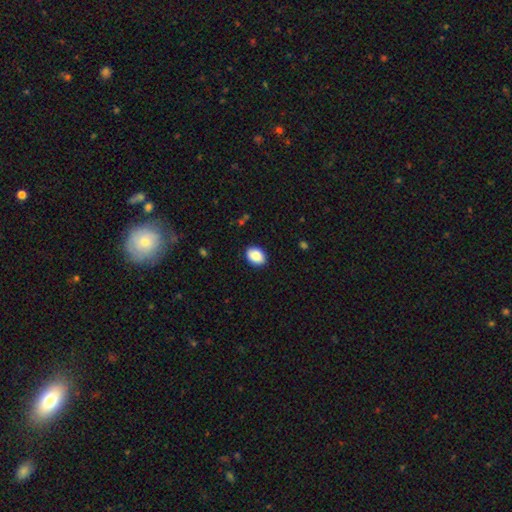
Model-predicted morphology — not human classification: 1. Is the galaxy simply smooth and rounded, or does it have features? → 89% smooth, 7% star or artifact, 4% featured or disk.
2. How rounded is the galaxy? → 77% in between, 22% round, 1% cigar-shaped.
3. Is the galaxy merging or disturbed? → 88% none, 9% minor disturbance, 2% major disturbance, 1% merger.